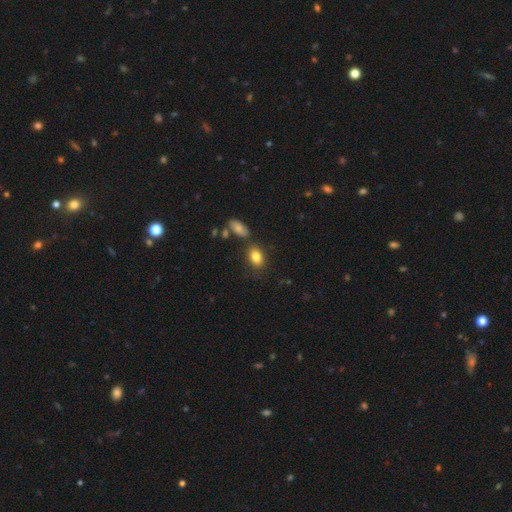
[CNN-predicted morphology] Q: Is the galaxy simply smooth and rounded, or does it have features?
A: smooth — 83%.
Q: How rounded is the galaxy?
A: in between — 82%.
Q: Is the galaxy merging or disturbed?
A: none — 73%.